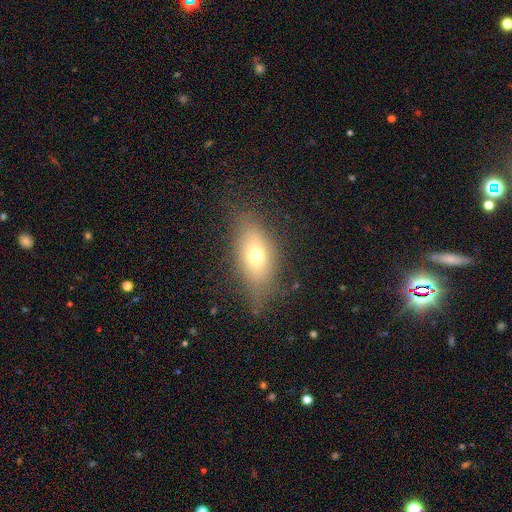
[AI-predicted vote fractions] A smooth galaxy with no disk features (64%) that is in between round and cigar-shaped (81%).

Vote fractions:
- Smooth or featured? smooth: 64% / featured or disk: 24% / star or artifact: 12%
- How rounded? in between: 81% / round: 10% / cigar-shaped: 9%
- Merging? none: 71% / minor disturbance: 19% / major disturbance: 8% / merger: 1%